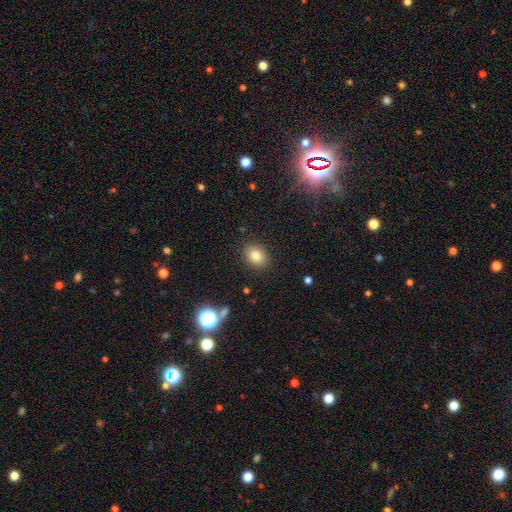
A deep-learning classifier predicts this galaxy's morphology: This appears to be a smooth galaxy with no disk features (81%) that is in between round and cigar-shaped (59%). Merging: none (87%).